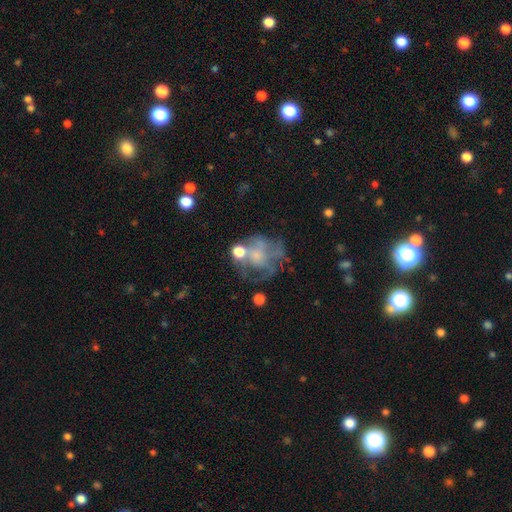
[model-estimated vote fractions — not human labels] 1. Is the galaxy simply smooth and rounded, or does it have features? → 56% featured or disk, 27% smooth, 17% star or artifact.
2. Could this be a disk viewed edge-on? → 97% no, 3% yes.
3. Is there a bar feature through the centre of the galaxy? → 83% no, 14% weak, 3% strong.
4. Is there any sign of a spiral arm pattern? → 60% no, 40% yes.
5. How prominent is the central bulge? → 35% small (tied), 35% none (tied), 24% moderate, 4% large, 2% dominant.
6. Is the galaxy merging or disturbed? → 43% none, 27% major disturbance, 18% minor disturbance, 11% merger.